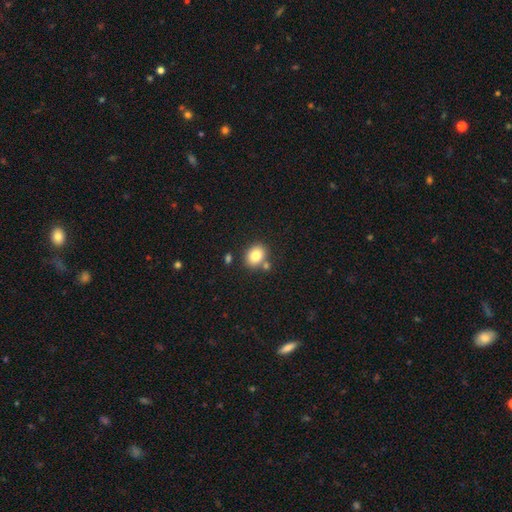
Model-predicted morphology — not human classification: smooth 82%, star or artifact 10%, featured or disk 9%. Down the decision tree: how rounded — round (51%); merging — none (74%).